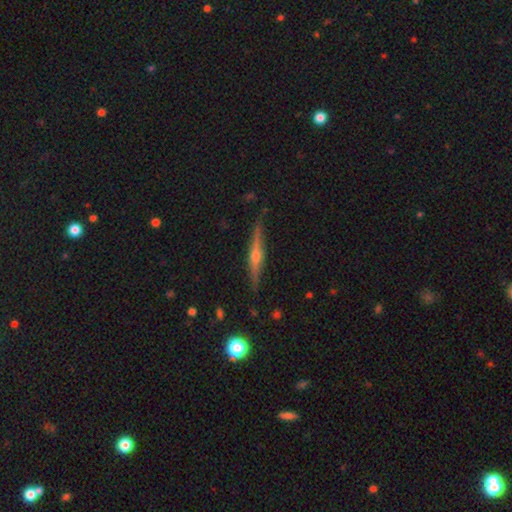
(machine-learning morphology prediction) Q: Smooth or featured?
A: featured or disk (76%); runner-up: smooth (17%)
Q: Edge-on disk?
A: yes (98%); runner-up: no (2%)
Q: Edge-on bulge?
A: rounded (89%); runner-up: none (6%)
Q: Merging?
A: none (87%); runner-up: minor disturbance (10%)